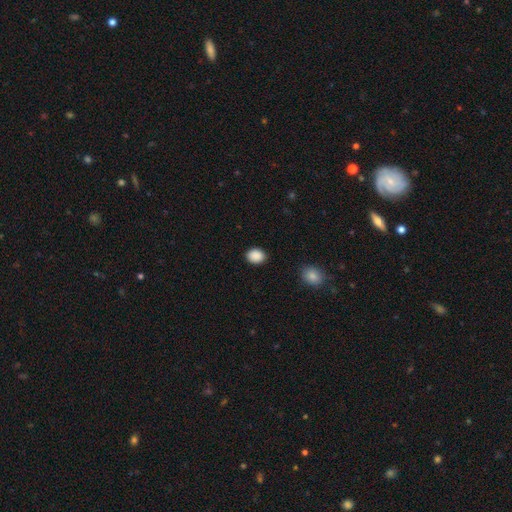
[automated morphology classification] The model was most divided on "how rounded": in between: 57%, round: 42%, cigar-shaped: 1%. More confident: smooth or featured — smooth (89%); merging — none (89%).